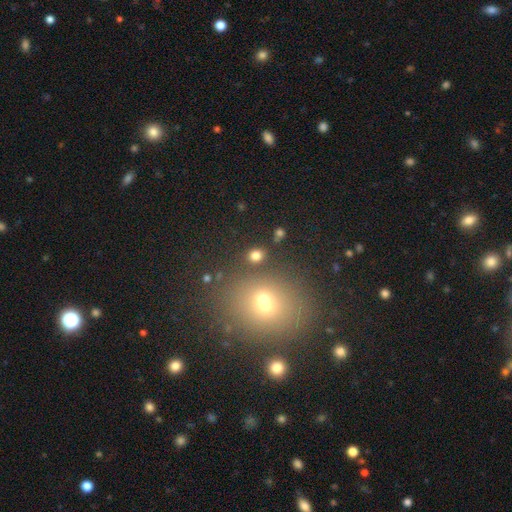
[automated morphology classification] Smooth or featured? smooth (78%)
How rounded? round (62%)
Merging? none (80%)